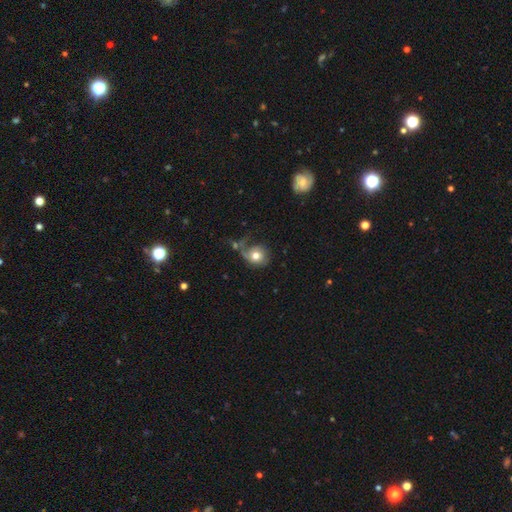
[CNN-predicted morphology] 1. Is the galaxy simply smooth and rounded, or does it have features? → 59% smooth, 33% featured or disk, 8% star or artifact.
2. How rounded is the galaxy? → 80% round, 19% in between, 1% cigar-shaped.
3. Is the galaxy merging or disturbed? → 39% none, 30% major disturbance, 18% minor disturbance, 13% merger.